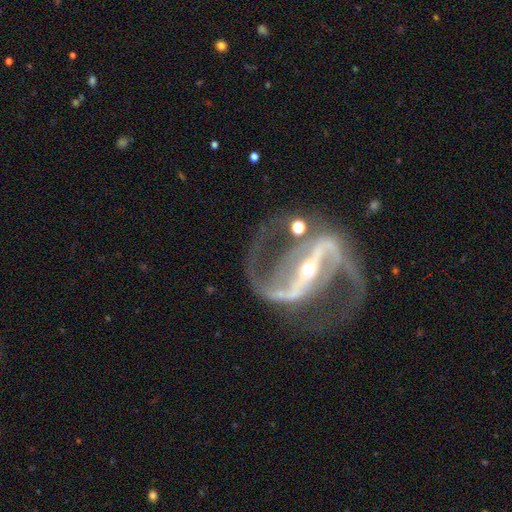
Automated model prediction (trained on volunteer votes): smooth_or_featured: featured or disk (p=0.93) [alt: star or artifact p=0.05]
disk_edge_on: no (p=0.97) [alt: yes p=0.03]
bar: strong (p=0.81) [alt: weak p=0.13]
has_spiral_arms: yes (p=0.98) [alt: no p=0.02]
spiral_winding: medium (p=0.55) [alt: loose p=0.29]
spiral_arm_count: 2 (p=0.94) [alt: 3 p=0.02]
bulge_size: small (p=0.71) [alt: moderate p=0.26]
merging: none (p=0.72) [alt: minor disturbance p=0.13]